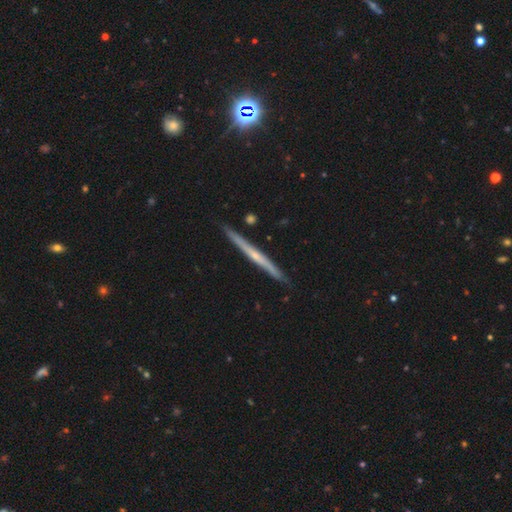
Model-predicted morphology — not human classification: Smooth or featured?
  - featured or disk: 70% *
  - smooth: 24%
  - star or artifact: 6%
Edge-on disk?
  - yes: 98% *
  - no: 2%
Edge-on bulge?
  - none: 51% *
  - rounded: 45%
  - boxy: 4%
Merging?
  - none: 90% *
  - minor disturbance: 7%
  - merger: 2%
  - major disturbance: 1%